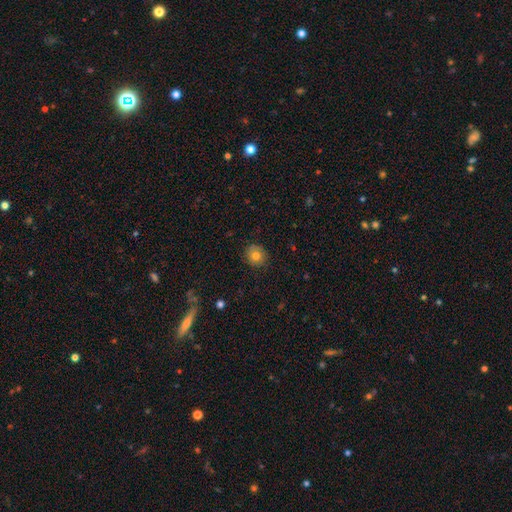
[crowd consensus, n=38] Smooth or featured?
  - smooth: 82% *
  - featured or disk: 11%
  - star or artifact: 8%
How rounded?
  - round: 77% *
  - in between: 16%
  - cigar-shaped: 6%
Merging?
  - none: 86% *
  - minor disturbance: 11%
  - major disturbance: 3%
  - merger: 0%